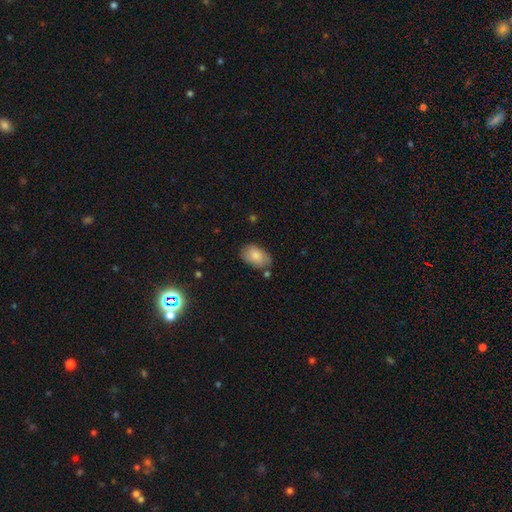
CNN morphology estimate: smooth 82%, featured or disk 11%, star or artifact 7%. Down the decision tree: how rounded — in between (91%); merging — none (69%).